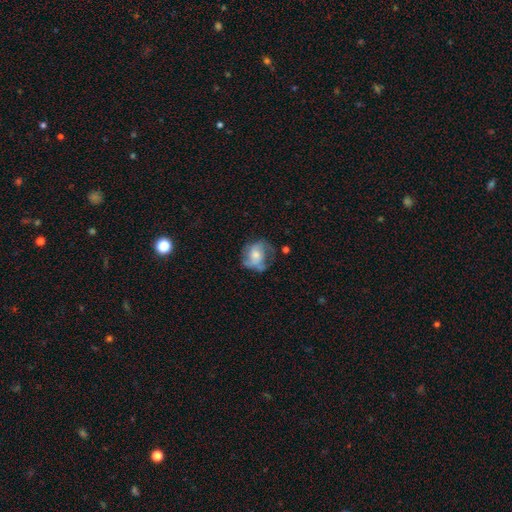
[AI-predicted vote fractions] Q: Smooth or featured?
A: featured or disk (50%); runner-up: smooth (42%)
Q: Merging?
A: none (47%); runner-up: minor disturbance (27%)